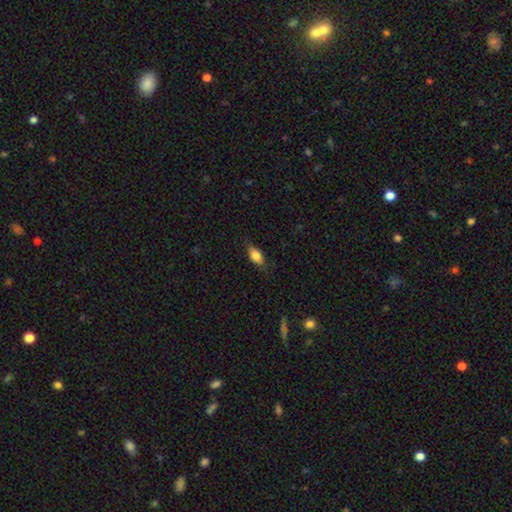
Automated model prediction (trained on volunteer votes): Morphology: type=smooth (79%); roundness=in between (85%); merging=none (77%).